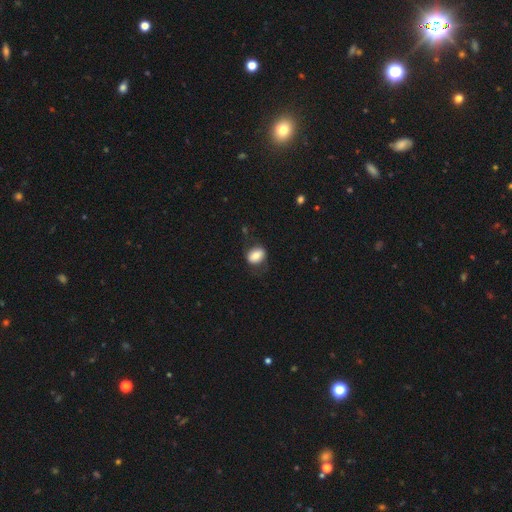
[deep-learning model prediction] Smooth or featured? smooth (74%)
How rounded? in between (68%)
Merging? none (69%)